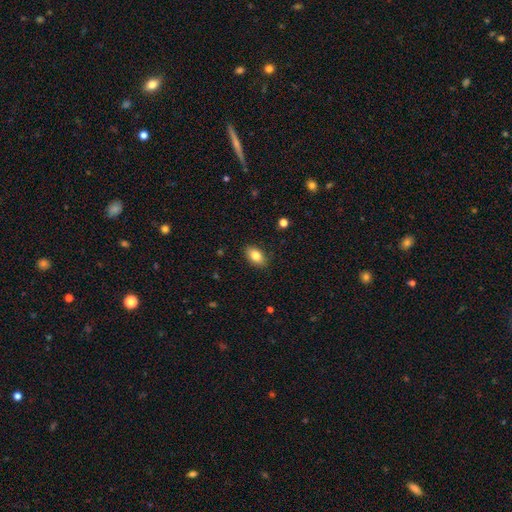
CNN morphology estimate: smooth-or-featured: smooth: 83% | featured or disk: 9% | star or artifact: 8%
  how-rounded: in between: 90% | round: 9% | cigar-shaped: 2%
  merging: none: 87% | minor disturbance: 10% | major disturbance: 2% | merger: 1%